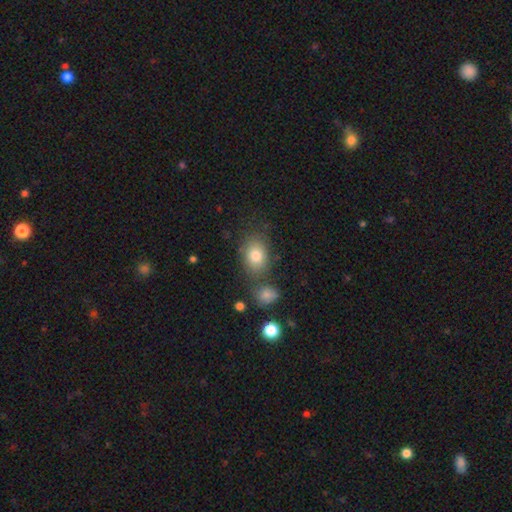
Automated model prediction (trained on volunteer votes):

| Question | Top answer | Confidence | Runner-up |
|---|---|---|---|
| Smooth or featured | smooth | 80% | star or artifact (10%) |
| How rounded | in between | 70% | round (29%) |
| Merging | none | 70% | minor disturbance (14%) |